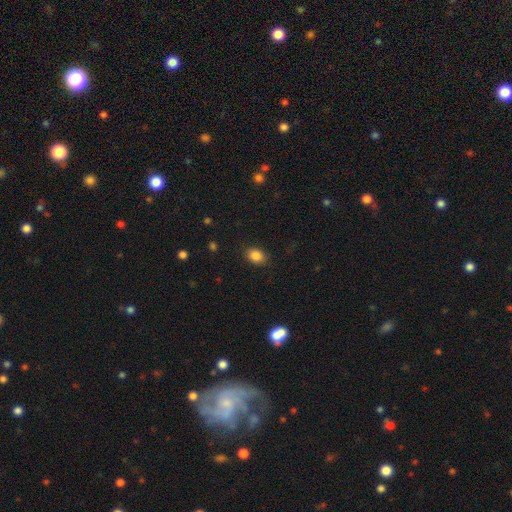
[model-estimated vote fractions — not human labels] Smooth or featured? smooth (86%)
How rounded? in between (68%)
Merging? none (86%)